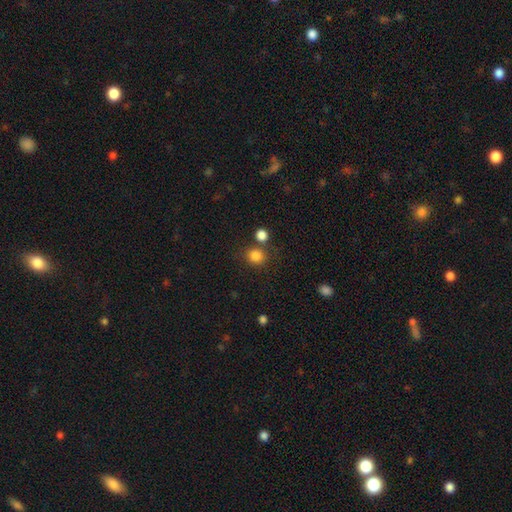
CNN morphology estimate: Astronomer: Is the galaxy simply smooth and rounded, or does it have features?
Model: smooth — 83%.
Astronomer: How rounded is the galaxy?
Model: round — 83%.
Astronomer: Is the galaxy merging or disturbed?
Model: none — 72%.